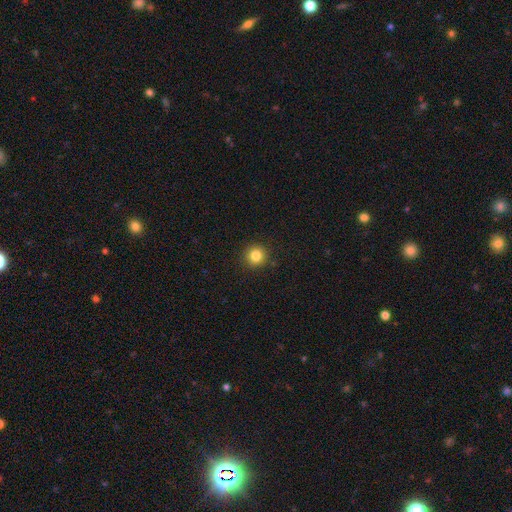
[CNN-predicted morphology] Smooth or featured? Predicted: smooth (p=0.84). How rounded? Predicted: round (p=0.94). Merging? Predicted: none (p=0.91).